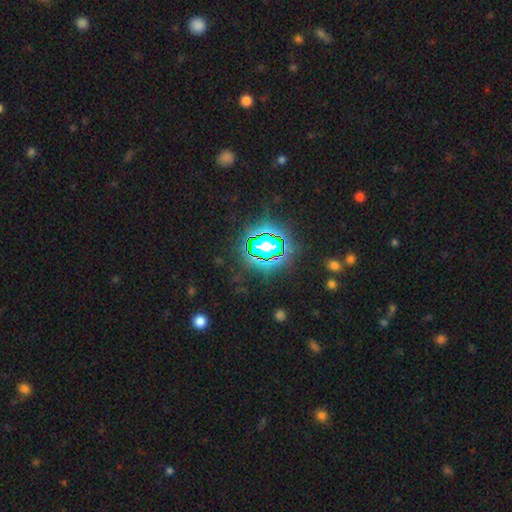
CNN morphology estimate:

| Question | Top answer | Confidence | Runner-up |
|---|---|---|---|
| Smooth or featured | star or artifact | 71% | smooth (17%) |